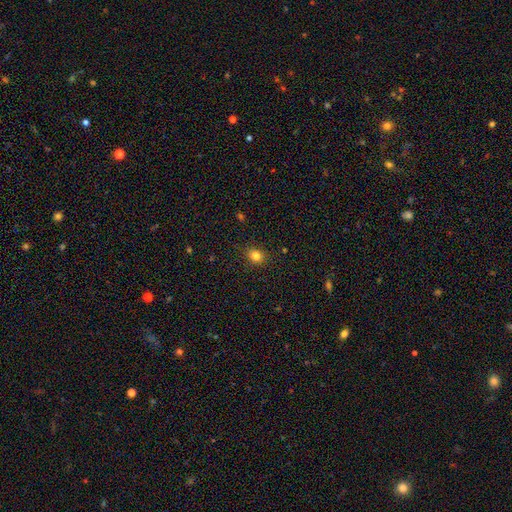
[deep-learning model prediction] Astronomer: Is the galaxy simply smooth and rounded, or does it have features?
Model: smooth — 82%.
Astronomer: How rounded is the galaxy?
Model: round — 72%.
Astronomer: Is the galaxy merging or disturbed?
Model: none — 88%.